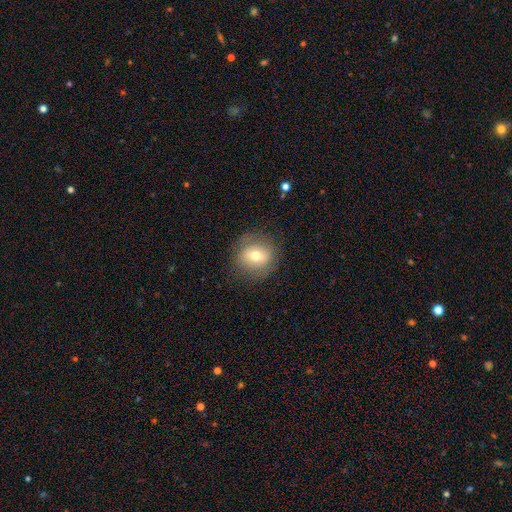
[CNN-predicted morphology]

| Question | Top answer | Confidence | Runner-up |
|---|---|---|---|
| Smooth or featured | smooth | 64% | featured or disk (26%) |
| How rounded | round | 81% | in between (17%) |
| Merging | none | 82% | minor disturbance (12%) |